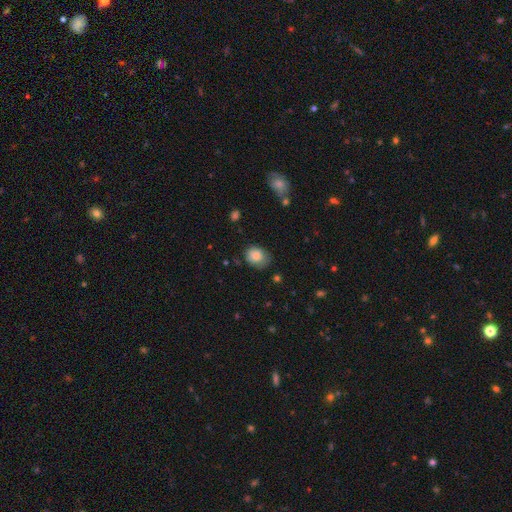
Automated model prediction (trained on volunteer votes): smooth 84%, star or artifact 8%, featured or disk 8%. Down the decision tree: how rounded — round (50%); merging — none (64%).